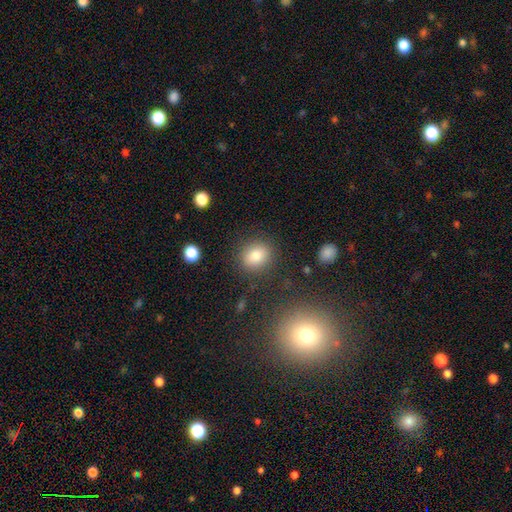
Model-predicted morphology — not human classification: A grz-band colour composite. It shows a smooth galaxy with no disk features (81%) that is round (63%). Merging: none (85%).